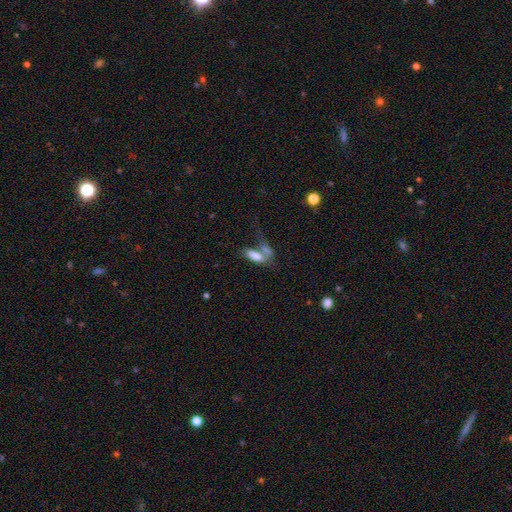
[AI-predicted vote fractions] The model was most divided on "merging": merger: 51%, none: 26%, major disturbance: 12%, minor disturbance: 11%. More confident: how rounded — in between (76%); smooth or featured — smooth (74%).